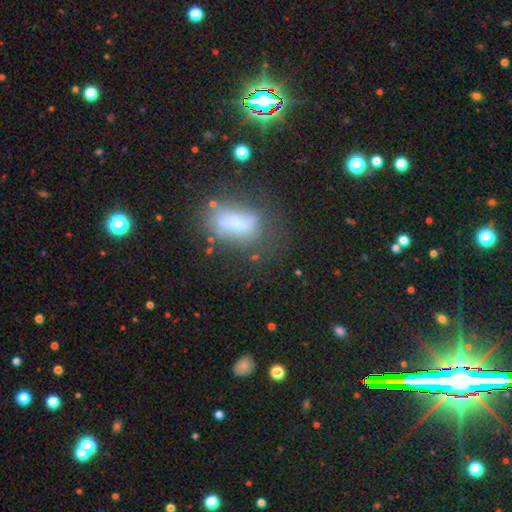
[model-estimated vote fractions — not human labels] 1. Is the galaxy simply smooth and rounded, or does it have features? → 39% smooth, 32% featured or disk, 29% star or artifact.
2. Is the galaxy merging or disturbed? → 60% none, 22% minor disturbance, 13% major disturbance, 5% merger.